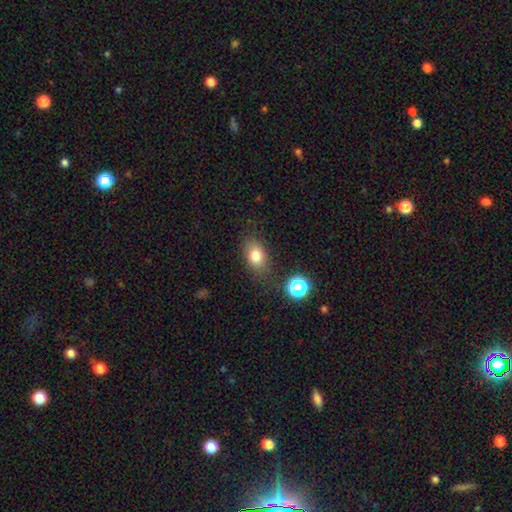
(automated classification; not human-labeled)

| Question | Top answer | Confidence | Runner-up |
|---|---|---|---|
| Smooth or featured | smooth | 79% | star or artifact (11%) |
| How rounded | in between | 74% | round (24%) |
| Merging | none | 74% | minor disturbance (16%) |